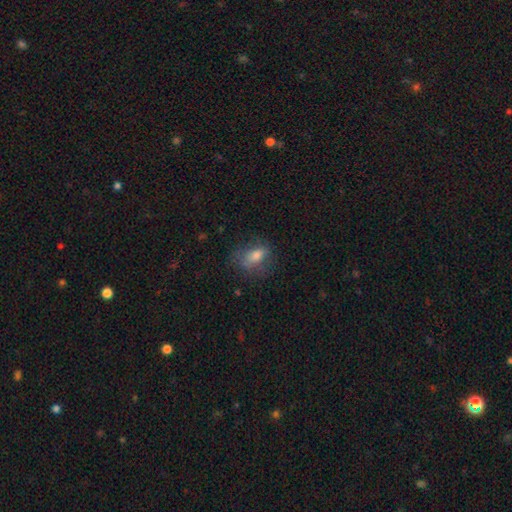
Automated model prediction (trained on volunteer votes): Smooth or featured? smooth (66%)
How rounded? in between (78%)
Merging? none (62%)